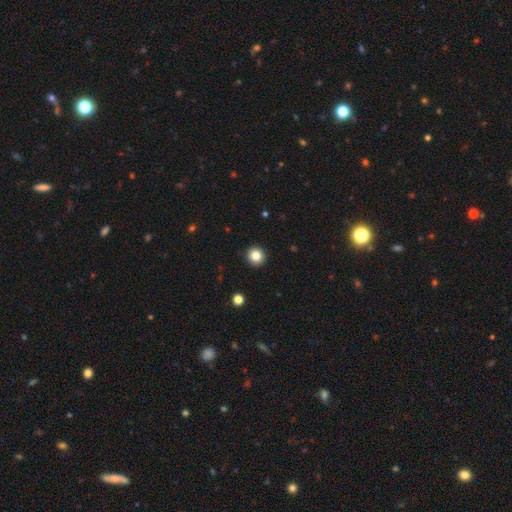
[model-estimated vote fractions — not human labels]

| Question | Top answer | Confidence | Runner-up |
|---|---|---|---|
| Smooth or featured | smooth | 83% | star or artifact (11%) |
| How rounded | round | 93% | in between (6%) |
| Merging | none | 93% | minor disturbance (4%) |